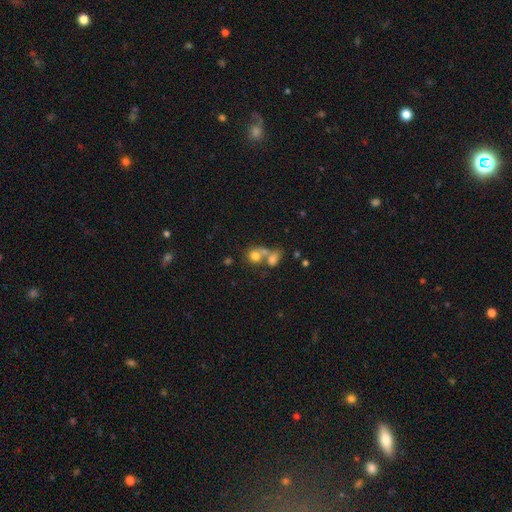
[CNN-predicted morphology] smooth_or_featured: smooth (p=0.72) [alt: featured or disk p=0.16]
how_rounded: round (p=0.69) [alt: in between p=0.30]
merging: merger (p=0.54) [alt: none p=0.32]